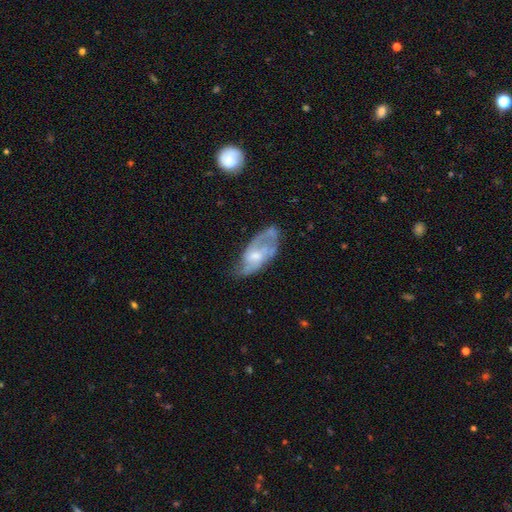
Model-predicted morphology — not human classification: The model was most divided on "bulge size": moderate: 45%, small: 41%, none: 9%, large: 4%, dominant: 1%. More confident: edge-on disk — no (93%); spiral arms — yes (77%); smooth or featured — featured or disk (70%); bar — no (59%); merging — none (51%).